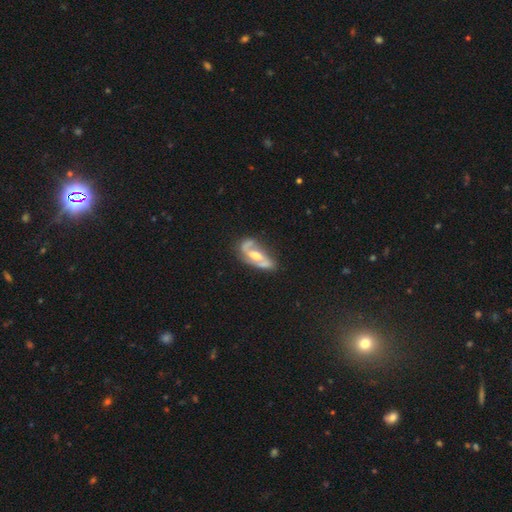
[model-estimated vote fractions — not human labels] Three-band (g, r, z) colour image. It shows a featured or disk galaxy (78%) with no bar (41%), 2 (76%) medium (42%) spiral arms (83%) and a moderate central bulge (66%). Merging: none (52%).